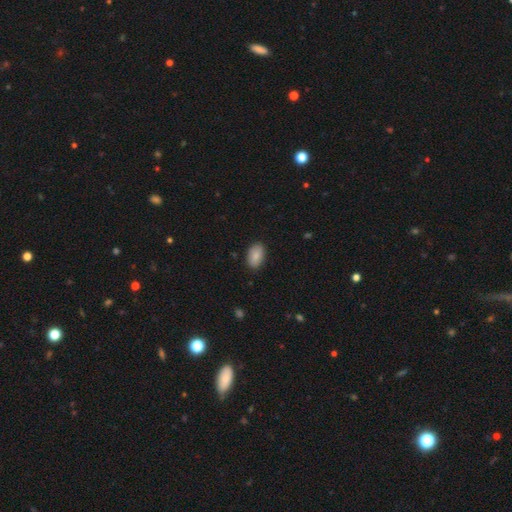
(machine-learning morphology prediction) type=smooth (87%); roundness=in between (93%); merging=none (87%).